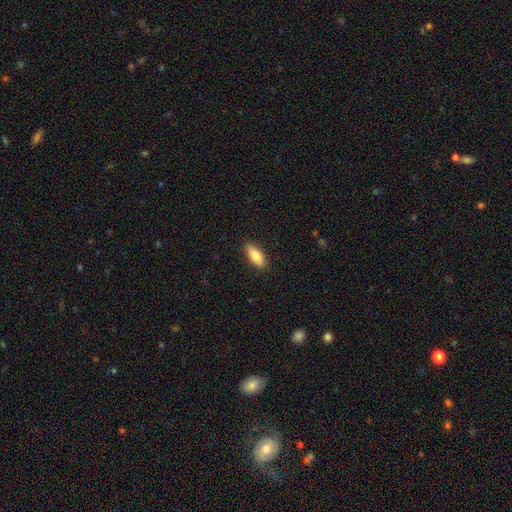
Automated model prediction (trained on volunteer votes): The model was most divided on "how rounded": in between: 80%, cigar-shaped: 18%, round: 2%. More confident: merging — none (88%); smooth or featured — smooth (80%).